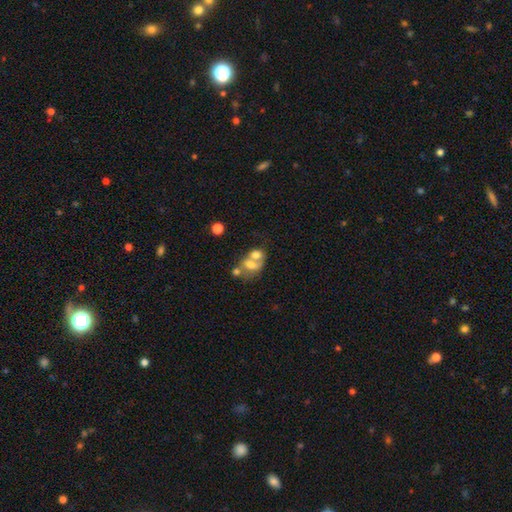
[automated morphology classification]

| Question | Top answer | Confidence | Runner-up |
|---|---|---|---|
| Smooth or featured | smooth | 58% | featured or disk (30%) |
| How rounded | in between | 61% | round (38%) |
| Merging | merger | 60% | none (22%) |